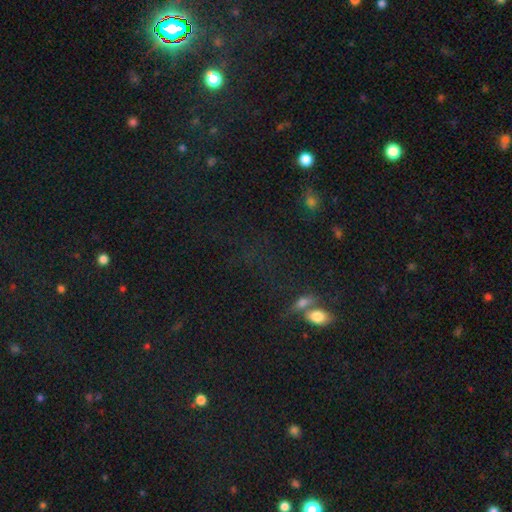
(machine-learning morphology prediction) This appears to be a star or artifact, not a galaxy (61%).